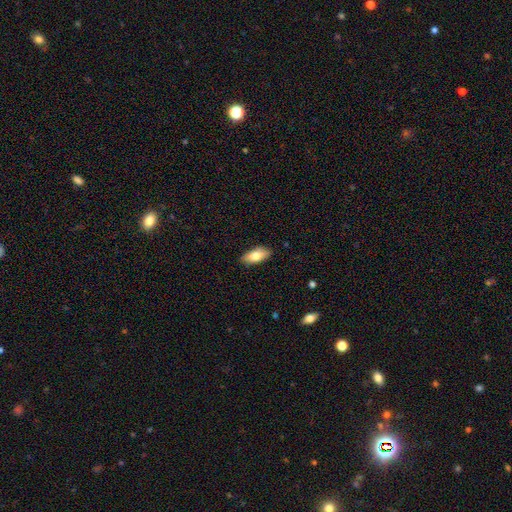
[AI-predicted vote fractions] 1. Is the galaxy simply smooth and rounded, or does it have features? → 76% smooth, 17% featured or disk, 6% star or artifact.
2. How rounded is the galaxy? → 82% in between, 16% cigar-shaped, 2% round.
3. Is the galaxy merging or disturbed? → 87% none, 10% minor disturbance, 2% major disturbance, 1% merger.